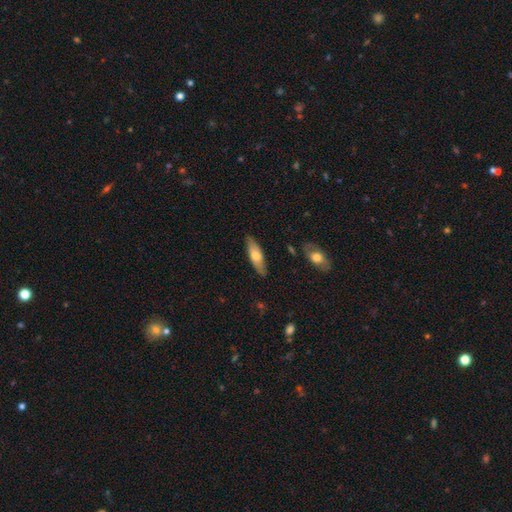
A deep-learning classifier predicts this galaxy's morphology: A smooth galaxy with no disk features (61%) that is cigar-shaped (50%).

Vote fractions:
- Smooth or featured? smooth: 61% / featured or disk: 34% / star or artifact: 6%
- How rounded? cigar-shaped: 50% / in between: 48% / round: 2%
- Merging? none: 86% / minor disturbance: 11% / major disturbance: 2% / merger: 2%